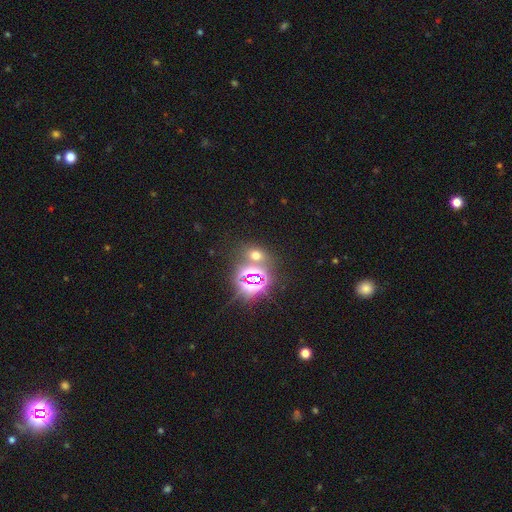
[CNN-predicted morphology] A star or artifact, not a galaxy (50%).